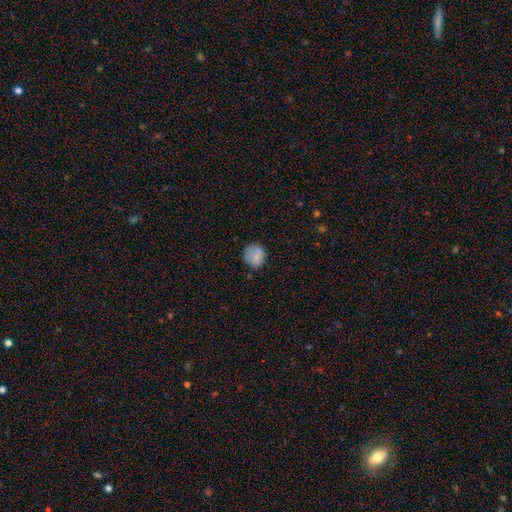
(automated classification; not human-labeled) Overall: smooth (79%). How rounded: round (76%). Merging: none (71%).